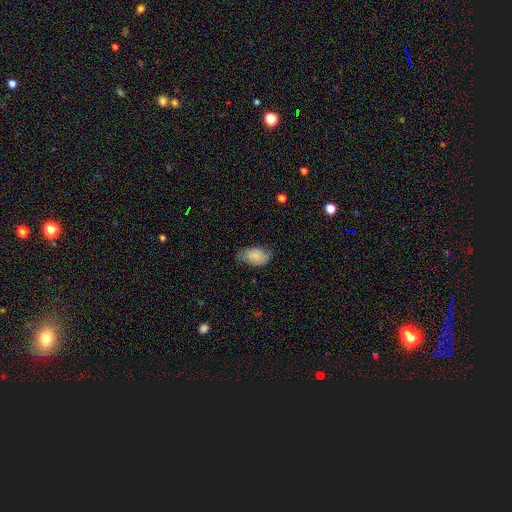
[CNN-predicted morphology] Smooth or featured?
  - smooth: 63% *
  - featured or disk: 30%
  - star or artifact: 8%
How rounded?
  - in between: 90% *
  - round: 8%
  - cigar-shaped: 1%
Merging?
  - none: 58% *
  - minor disturbance: 30%
  - major disturbance: 10%
  - merger: 1%